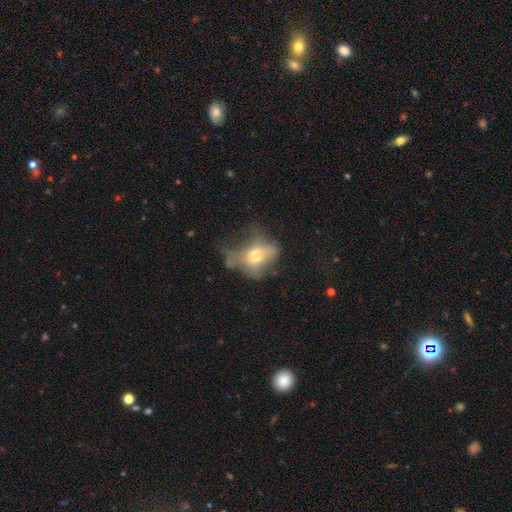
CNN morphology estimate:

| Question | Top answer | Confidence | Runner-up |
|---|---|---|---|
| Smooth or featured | smooth | 47% | featured or disk (40%) |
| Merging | major disturbance | 42% | none (28%) |